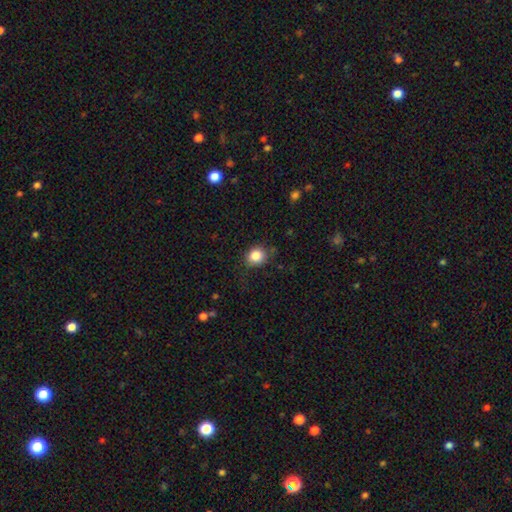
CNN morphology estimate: Q: Smooth or featured?
A: smooth (85%); runner-up: star or artifact (10%)
Q: How rounded?
A: round (71%); runner-up: in between (28%)
Q: Merging?
A: none (75%); runner-up: minor disturbance (18%)